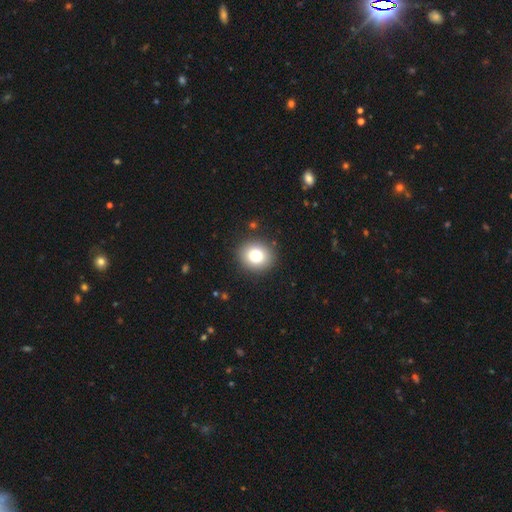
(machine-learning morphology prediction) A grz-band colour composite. It shows a smooth galaxy with no disk features (80%) that is round (77%). Merging: none (90%).